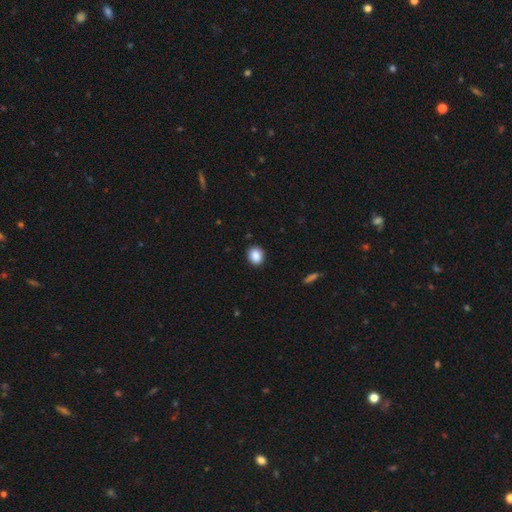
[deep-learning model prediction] Smooth or featured? Predicted: smooth (p=0.88). How rounded? Predicted: round (p=0.65). Merging? Predicted: none (p=0.89).